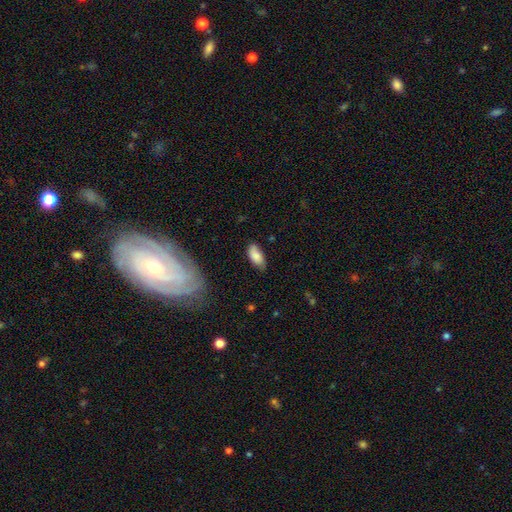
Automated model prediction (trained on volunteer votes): Q: Smooth or featured?
A: smooth (83%); runner-up: featured or disk (10%)
Q: How rounded?
A: in between (91%); runner-up: cigar-shaped (6%)
Q: Merging?
A: none (70%); runner-up: minor disturbance (23%)